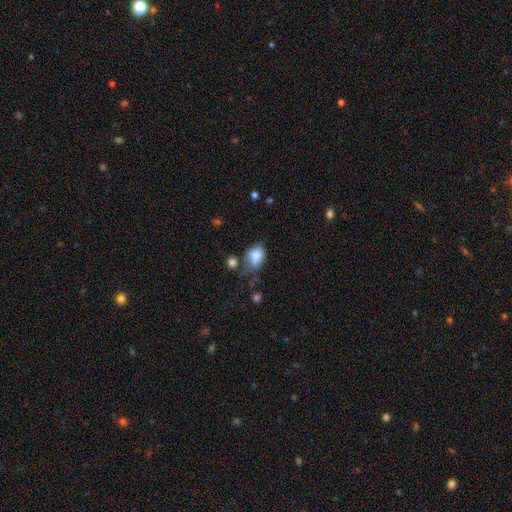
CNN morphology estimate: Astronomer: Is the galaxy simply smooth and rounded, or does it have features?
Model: smooth — 78%.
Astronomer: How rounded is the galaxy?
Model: in between — 77%.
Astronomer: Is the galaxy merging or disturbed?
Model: none — 41% (runner-up: minor disturbance, 32%).